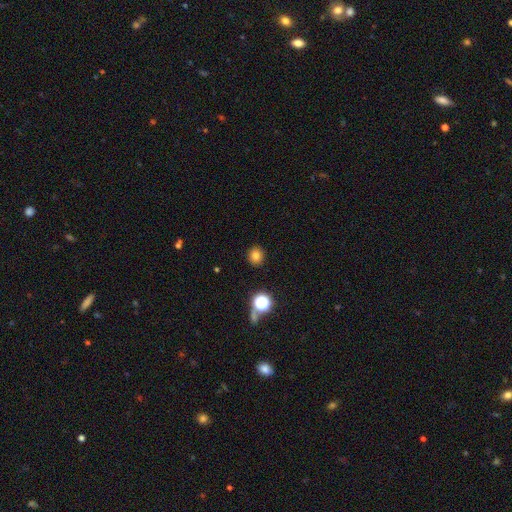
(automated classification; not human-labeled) This is likely a smooth galaxy (77%). How rounded: clearly round (85%). Merging: clearly none (90%).